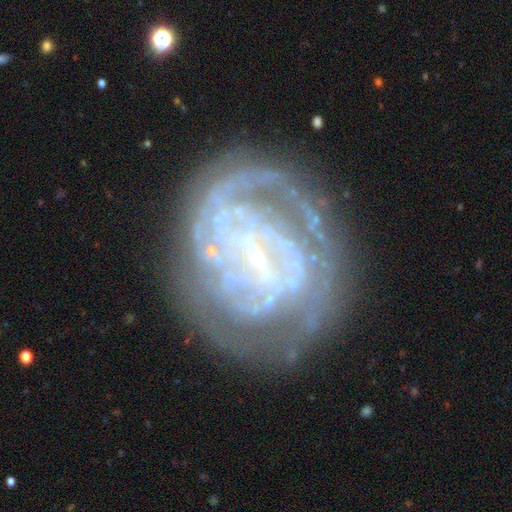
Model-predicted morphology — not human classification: smooth-or-featured: featured or disk: 84% | smooth: 9% | star or artifact: 7%
  disk-edge-on: no: 97% | yes: 3%
    bar: strong: 45% | weak: 37% | no: 18%
    has-spiral-arms: yes: 87% | no: 13%
      spiral-winding: tight: 69% | medium: 24% | loose: 7%
      spiral-arm-count: can't tell: 42% | 2: 21% | 3: 14% | 4: 10% | more than 4: 7% | 1: 7%
    bulge-size: small: 72% | none: 17% | moderate: 8% | large: 2% | dominant: 1%
  merging: none: 69% | minor disturbance: 17% | major disturbance: 11% | merger: 3%